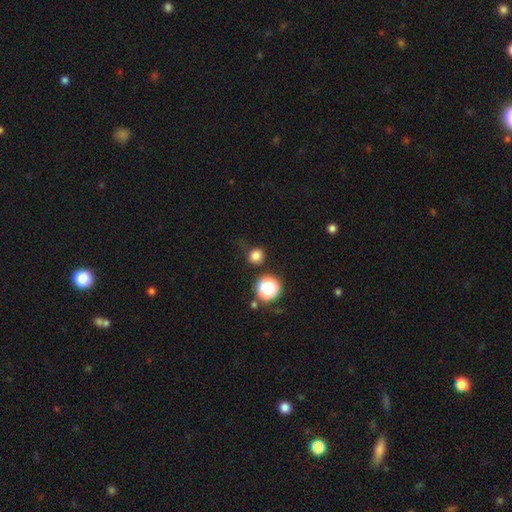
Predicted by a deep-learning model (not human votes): smooth-or-featured: smooth: 78% | star or artifact: 18% | featured or disk: 4%
  how-rounded: round: 91% | in between: 8% | cigar-shaped: 1%
  merging: none: 80% | minor disturbance: 12% | major disturbance: 5% | merger: 3%